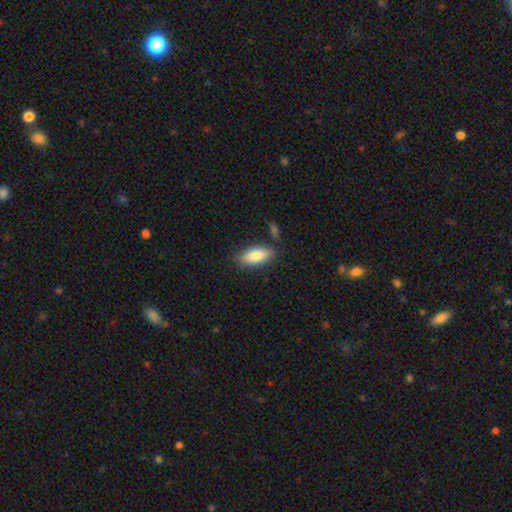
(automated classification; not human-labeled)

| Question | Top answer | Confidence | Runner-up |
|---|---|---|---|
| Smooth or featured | smooth | 81% | featured or disk (13%) |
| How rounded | in between | 83% | cigar-shaped (15%) |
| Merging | none | 80% | minor disturbance (12%) |